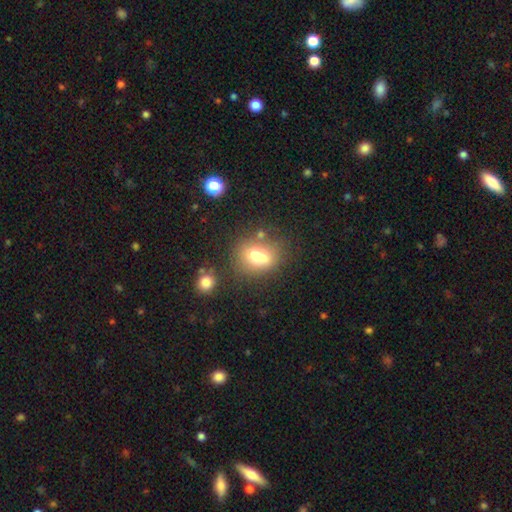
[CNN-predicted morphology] Smooth or featured? Predicted: smooth (p=0.63). How rounded? Predicted: round (p=0.49, tied with in between). Merging? Predicted: merger (p=0.42).